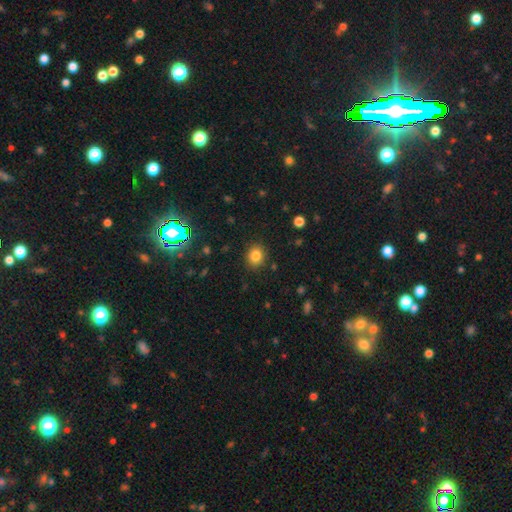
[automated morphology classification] smooth 82%, star or artifact 13%, featured or disk 5%. Down the decision tree: how rounded — round (72%); merging — none (88%).